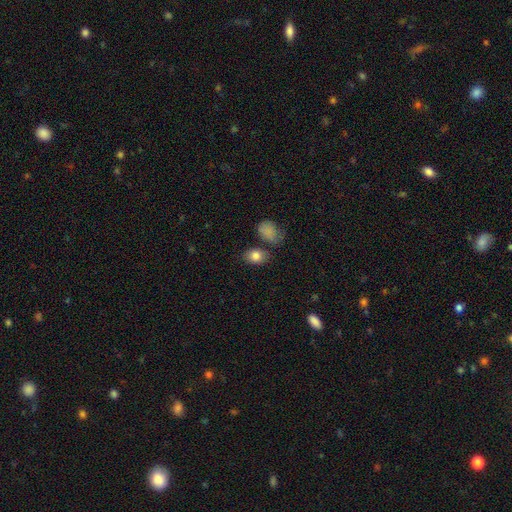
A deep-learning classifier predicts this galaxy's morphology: Q: Smooth or featured?
A: smooth (84%); runner-up: star or artifact (9%)
Q: How rounded?
A: in between (75%); runner-up: round (24%)
Q: Merging?
A: none (71%); runner-up: minor disturbance (15%)